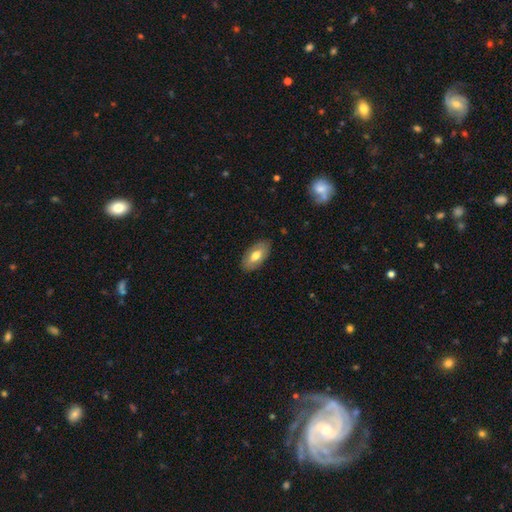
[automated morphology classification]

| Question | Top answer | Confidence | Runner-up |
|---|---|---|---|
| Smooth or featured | smooth | 69% | featured or disk (25%) |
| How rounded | in between | 93% | cigar-shaped (4%) |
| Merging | none | 87% | minor disturbance (10%) |